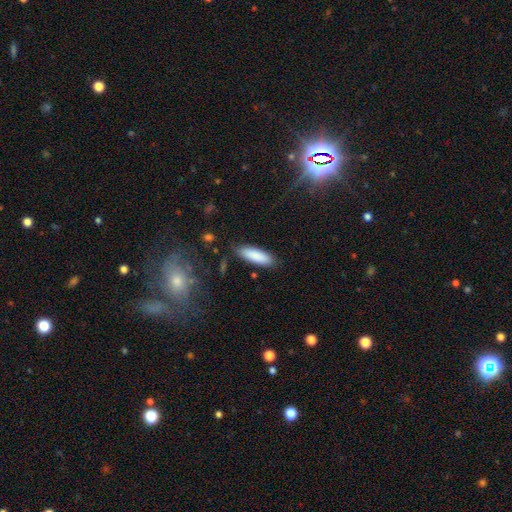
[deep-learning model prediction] This appears to be a smooth galaxy with no disk features (87%) that is in between round and cigar-shaped (50%). Merging: none (85%).